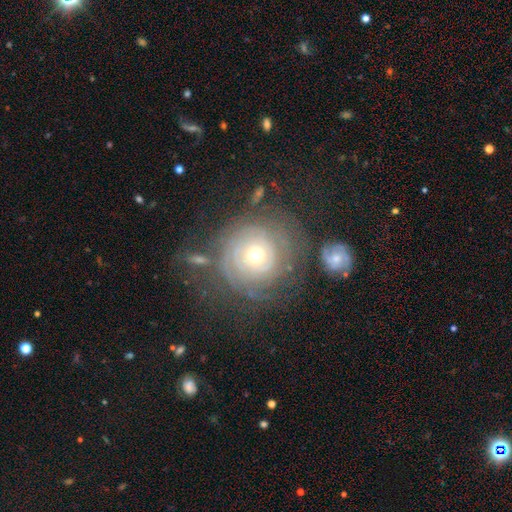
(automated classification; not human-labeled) smooth_or_featured: featured or disk (p=0.68) [alt: smooth p=0.22]
disk_edge_on: no (p=0.97) [alt: yes p=0.03]
bar: no (p=0.84) [alt: weak p=0.12]
has_spiral_arms: yes (p=0.81) [alt: no p=0.19]
spiral_winding: tight (p=0.81) [alt: medium p=0.14]
spiral_arm_count: can't tell (p=0.48) [alt: 2 p=0.19]
bulge_size: moderate (p=0.63) [alt: small p=0.29]
merging: none (p=0.65) [alt: minor disturbance p=0.16]